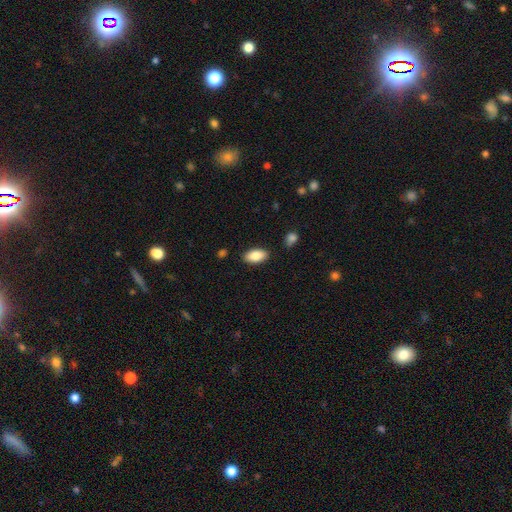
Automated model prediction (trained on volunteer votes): Overall: smooth (86%). How rounded: in between (92%). Merging: none (85%).